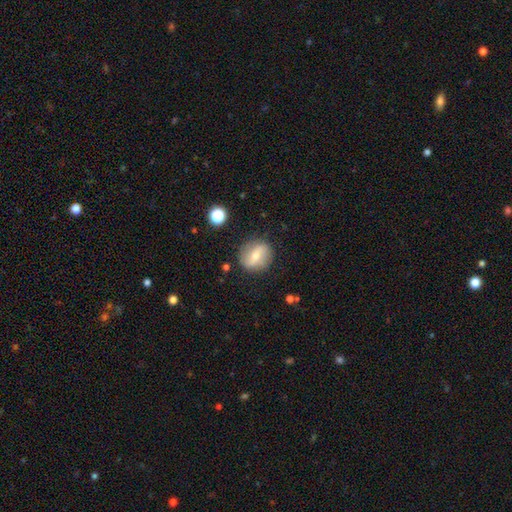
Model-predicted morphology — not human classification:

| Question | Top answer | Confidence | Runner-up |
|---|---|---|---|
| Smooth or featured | featured or disk | 49% | smooth (43%) |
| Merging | none | 83% | minor disturbance (12%) |